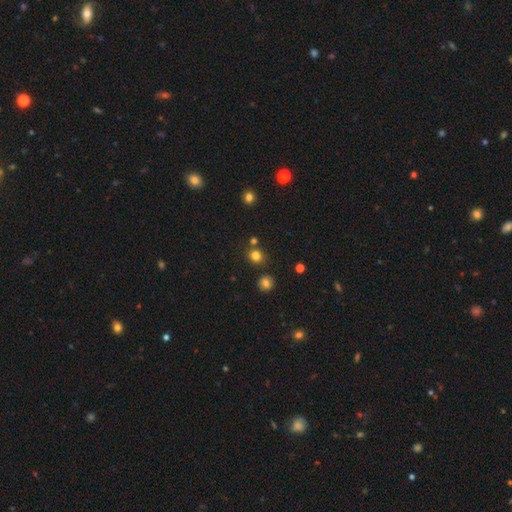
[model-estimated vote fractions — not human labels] This appears to be a smooth galaxy with no disk features (78%) that is round (84%). Merging: none (78%).